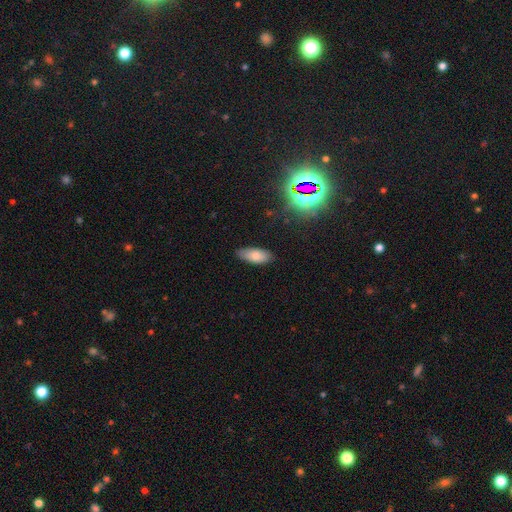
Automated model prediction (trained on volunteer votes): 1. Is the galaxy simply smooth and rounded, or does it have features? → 79% smooth, 12% featured or disk, 9% star or artifact.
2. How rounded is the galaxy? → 85% in between, 12% cigar-shaped, 2% round.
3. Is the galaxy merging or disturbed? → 83% none, 14% minor disturbance, 2% major disturbance, 1% merger.